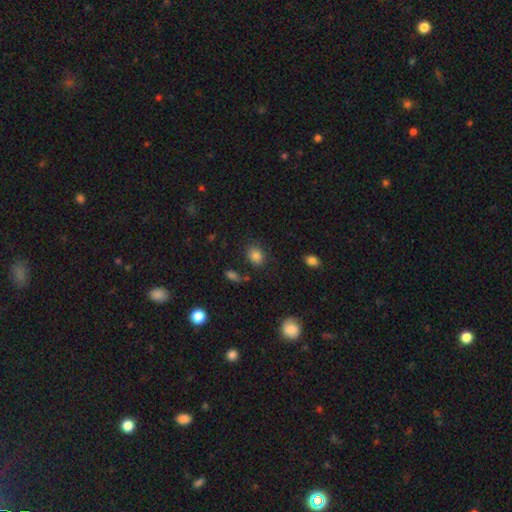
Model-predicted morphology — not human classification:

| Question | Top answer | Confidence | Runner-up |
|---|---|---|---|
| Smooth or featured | smooth | 83% | star or artifact (11%) |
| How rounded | in between | 53% | round (46%) |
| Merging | none | 77% | minor disturbance (14%) |